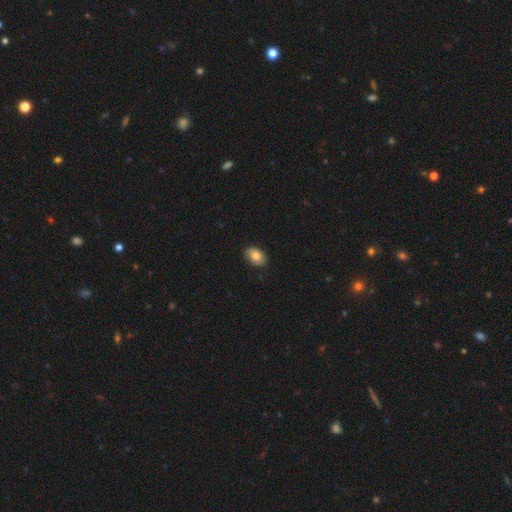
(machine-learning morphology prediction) This is clearly a smooth galaxy (82%). How rounded: clearly in between (87%). Merging: clearly none (87%).